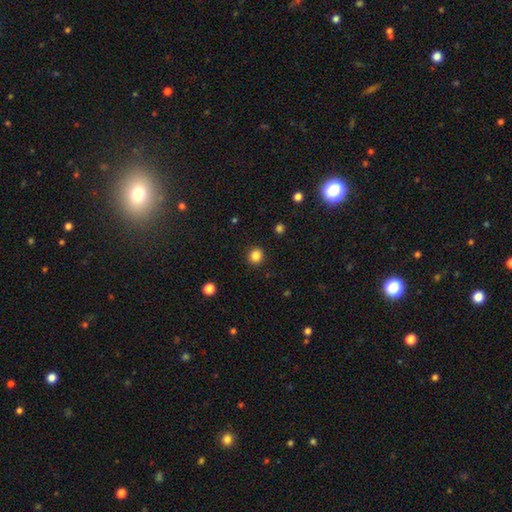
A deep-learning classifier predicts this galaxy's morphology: smooth 85%, star or artifact 12%, featured or disk 3%. Down the decision tree: how rounded — round (89%); merging — none (91%).